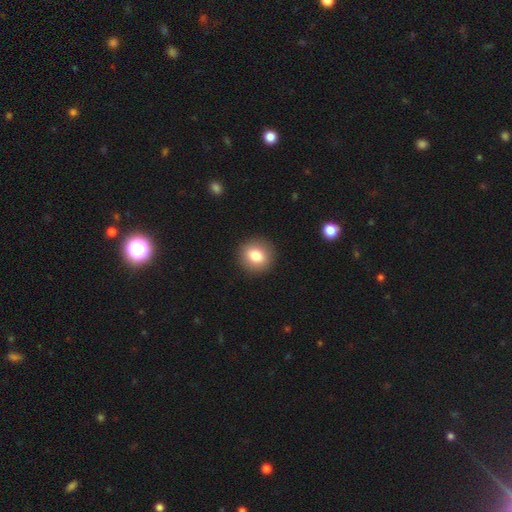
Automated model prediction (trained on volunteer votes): This appears to be a smooth galaxy with no disk features (80%) that is round (82%). Merging: none (91%).